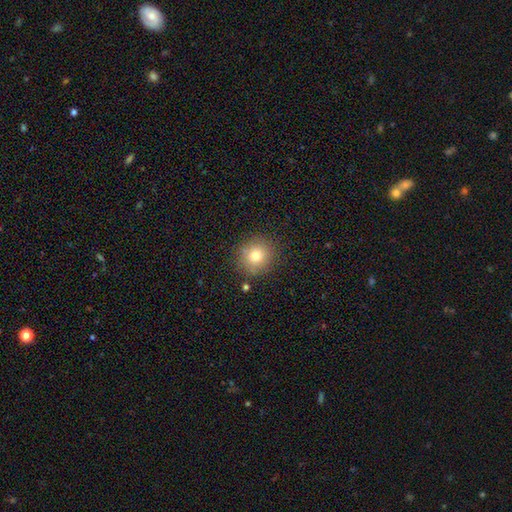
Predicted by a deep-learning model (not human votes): Overall: smooth (78%). How rounded: round (88%). Merging: none (84%).